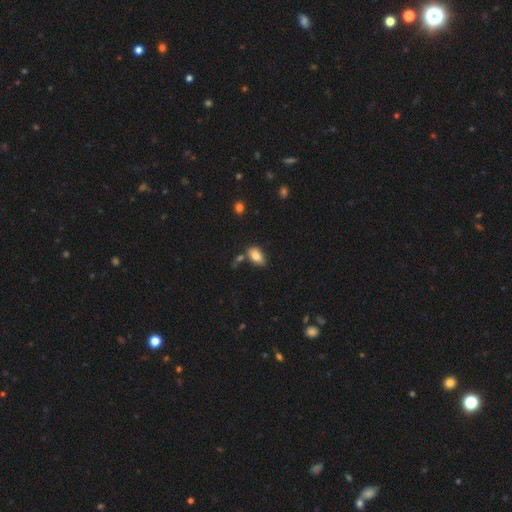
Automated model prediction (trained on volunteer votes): Smooth or featured: smooth — 82% (featured or disk — 9%)
How rounded: in between — 92% (round — 4%)
Merging: none — 68% (minor disturbance — 17%)